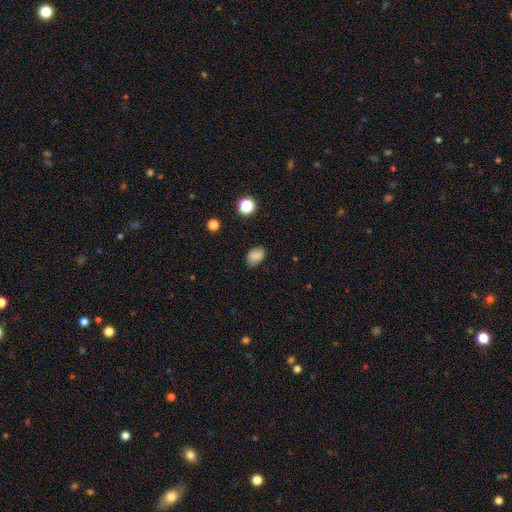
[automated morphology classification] The model was most divided on "merging": none: 72%, minor disturbance: 22%, major disturbance: 4%, merger: 1%. More confident: smooth or featured — smooth (82%); how rounded — in between (78%).